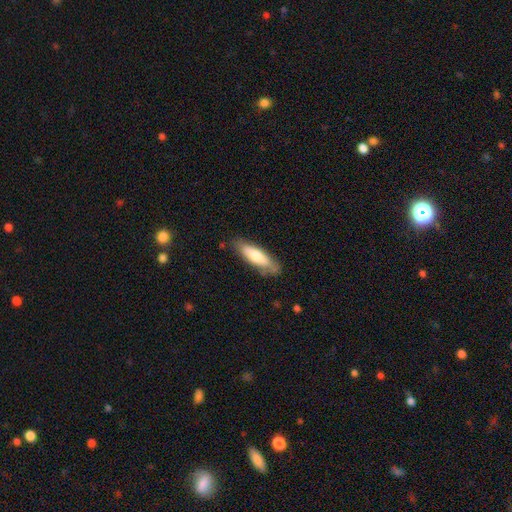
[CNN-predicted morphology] Smooth or featured?
  - smooth: 70% *
  - featured or disk: 24%
  - star or artifact: 6%
How rounded?
  - cigar-shaped: 55% *
  - in between: 44%
  - round: 2%
Merging?
  - none: 76% *
  - minor disturbance: 18%
  - major disturbance: 4%
  - merger: 2%